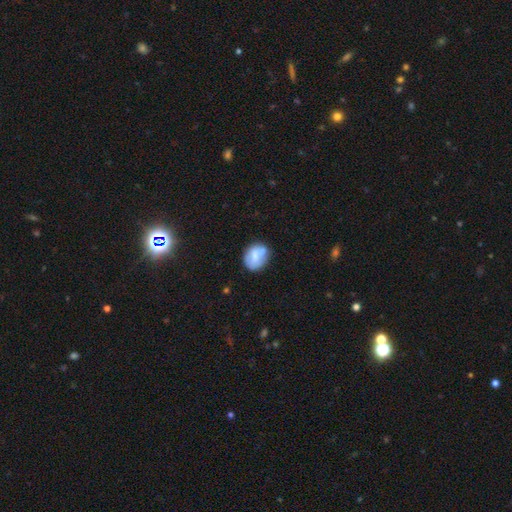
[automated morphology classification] smooth_or_featured: smooth (p=0.65) [alt: featured or disk p=0.28]
how_rounded: round (p=0.54) [alt: in between p=0.45]
merging: none (p=0.65) [alt: minor disturbance p=0.24]